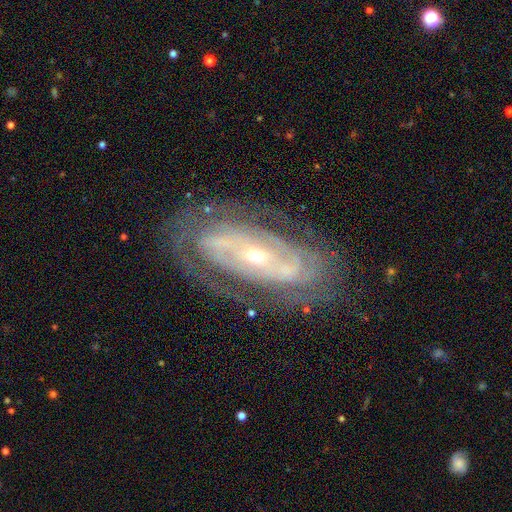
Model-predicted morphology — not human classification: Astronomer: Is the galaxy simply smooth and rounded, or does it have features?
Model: featured or disk — 85%.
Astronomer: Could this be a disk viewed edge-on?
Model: no — 91%.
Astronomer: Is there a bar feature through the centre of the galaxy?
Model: no — 60%.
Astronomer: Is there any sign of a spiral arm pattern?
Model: yes — 82%.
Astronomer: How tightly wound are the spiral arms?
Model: tight — 70%.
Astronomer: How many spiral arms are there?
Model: can't tell — 39% (runner-up: 2, 37%).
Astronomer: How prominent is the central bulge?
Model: small — 60% (runner-up: moderate, 35%).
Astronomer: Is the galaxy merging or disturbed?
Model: none — 77%.